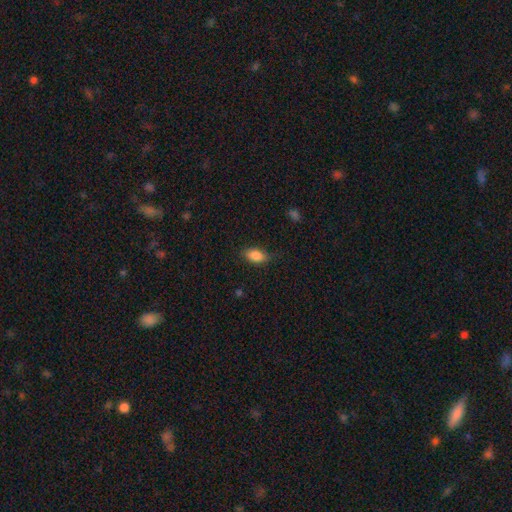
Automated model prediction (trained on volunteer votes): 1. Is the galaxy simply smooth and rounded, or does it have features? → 84% smooth, 8% star or artifact, 8% featured or disk.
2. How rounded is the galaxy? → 88% in between, 7% round, 5% cigar-shaped.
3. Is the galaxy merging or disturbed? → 79% none, 16% minor disturbance, 4% major disturbance, 1% merger.